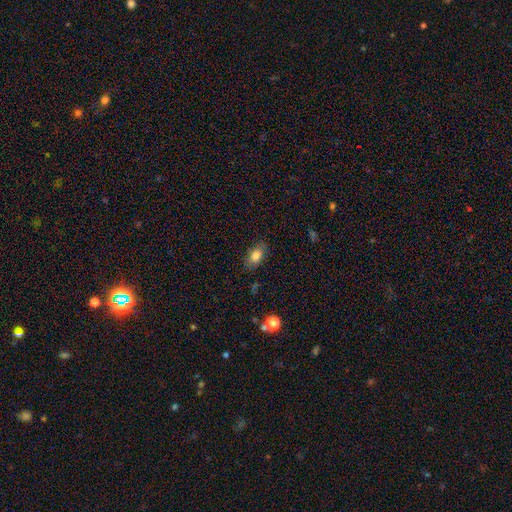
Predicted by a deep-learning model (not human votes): Morphology: type=smooth (81%); roundness=in between (86%); merging=none (83%).